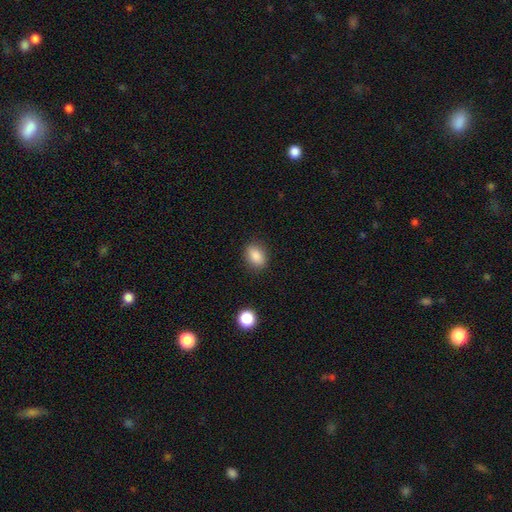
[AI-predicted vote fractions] This is clearly a smooth galaxy (87%). How rounded: likely in between (77%). Merging: clearly none (86%).